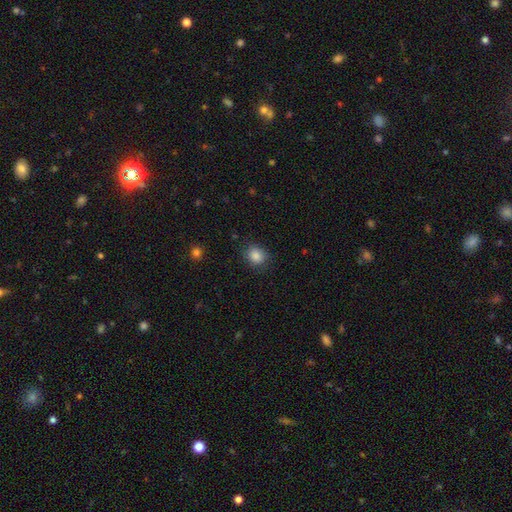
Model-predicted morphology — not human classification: This appears to be a smooth galaxy with no disk features (87%) that is round (69%). Merging: none (82%).